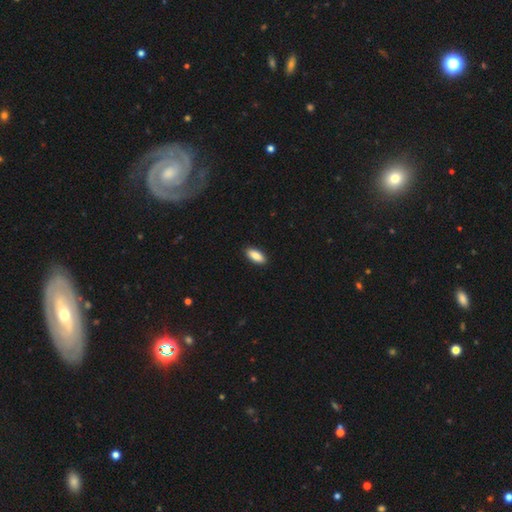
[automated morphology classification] This appears to be a smooth galaxy with no disk features (89%) that is in between round and cigar-shaped (85%). Merging: none (90%).